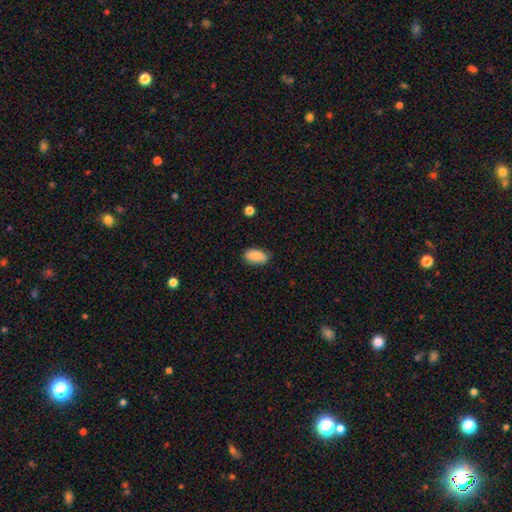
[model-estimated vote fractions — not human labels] Smooth or featured? smooth (86%)
How rounded? in between (92%)
Merging? none (74%)